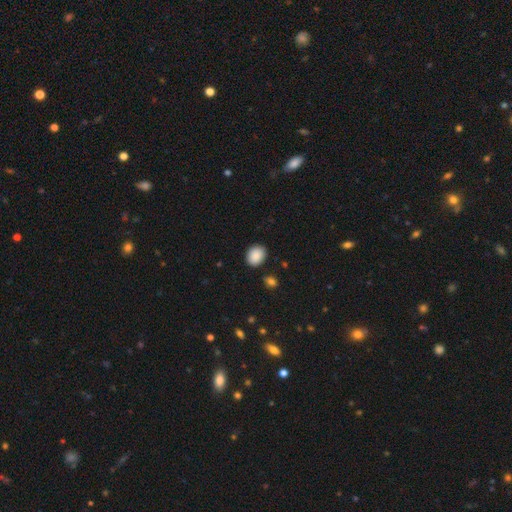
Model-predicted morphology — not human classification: This appears to be a smooth galaxy with no disk features (89%) that is round (51%). Merging: none (86%).